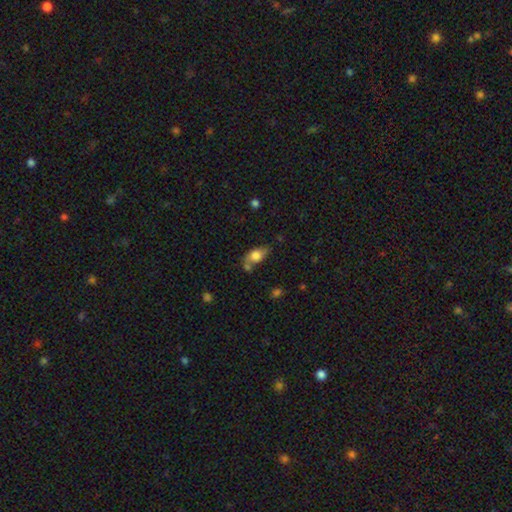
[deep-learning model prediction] Smooth or featured: smooth — 71% (featured or disk — 20%)
How rounded: in between — 81% (round — 11%)
Merging: none — 45% (minor disturbance — 26%)